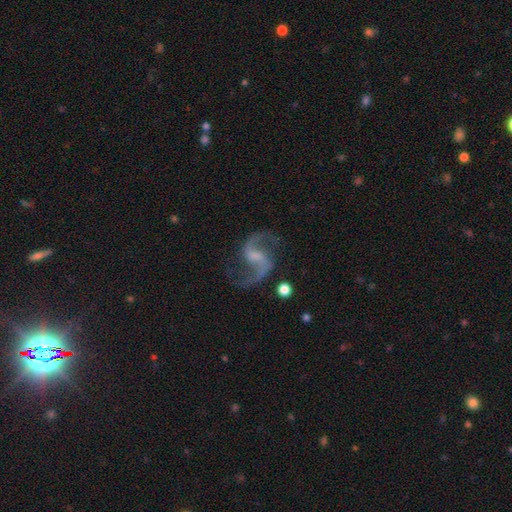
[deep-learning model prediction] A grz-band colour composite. It shows a featured or disk galaxy (91%) with a weak bar (53%), 2 (94%) loose (55%) spiral arms (98%) and a small central bulge (44%). Merging: none (79%).